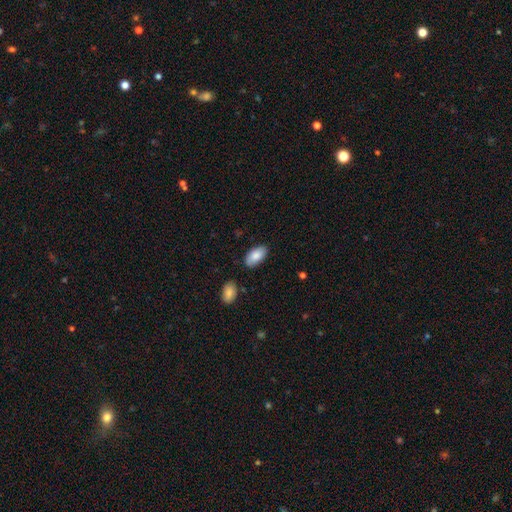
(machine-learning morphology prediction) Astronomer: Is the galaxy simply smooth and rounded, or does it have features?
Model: smooth — 85%.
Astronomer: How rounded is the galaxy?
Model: in between — 95%.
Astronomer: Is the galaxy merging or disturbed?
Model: none — 80%.